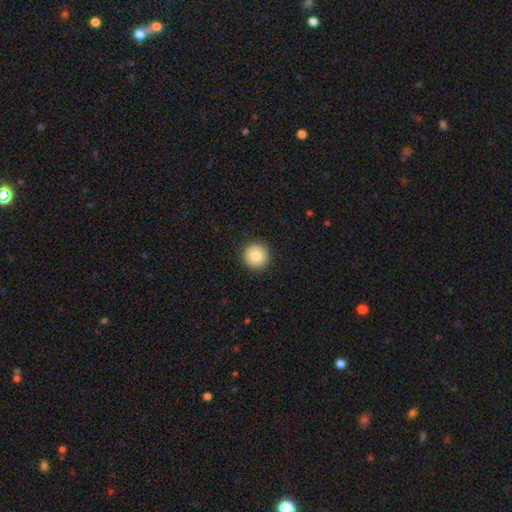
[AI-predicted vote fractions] Smooth or featured: smooth — 82% (featured or disk — 9%)
How rounded: round — 96% (in between — 3%)
Merging: none — 93% (minor disturbance — 5%)